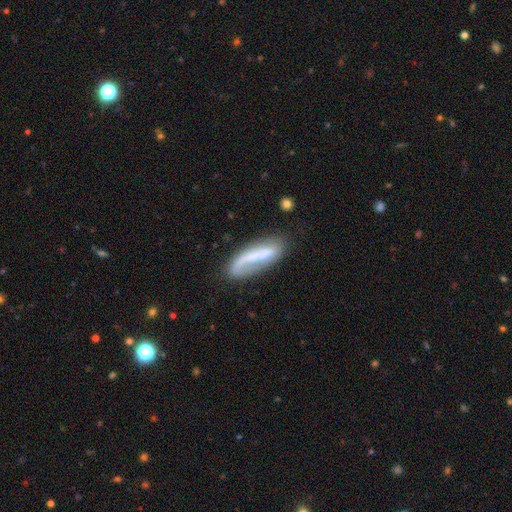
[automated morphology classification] The model was most divided on "smooth or featured": featured or disk: 51%, smooth: 41%, star or artifact: 8%. More confident: edge-on disk — no (83%); merging — none (51%).